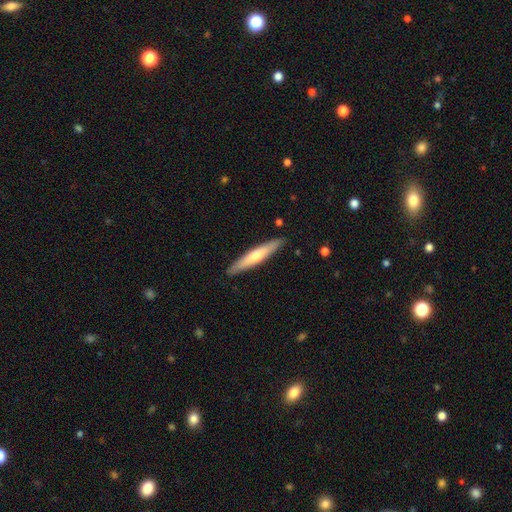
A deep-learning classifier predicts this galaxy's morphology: Overall: smooth (53%; featured or disk 42%). How rounded: cigar-shaped (91%). Merging: none (90%).